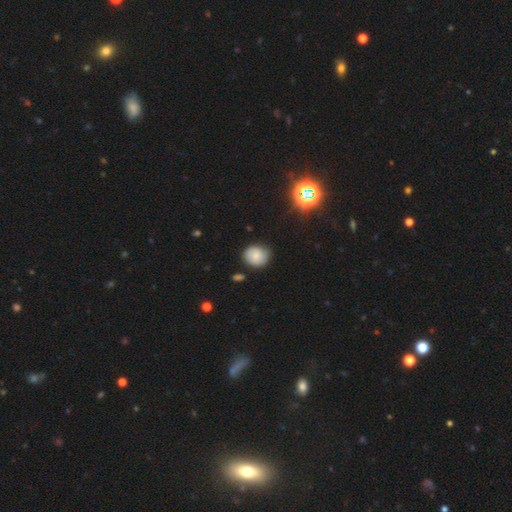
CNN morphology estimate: Smooth or featured?
  - smooth: 69% *
  - featured or disk: 20%
  - star or artifact: 11%
How rounded?
  - round: 75% *
  - in between: 24%
  - cigar-shaped: 1%
Merging?
  - none: 77% *
  - minor disturbance: 18%
  - major disturbance: 3%
  - merger: 2%